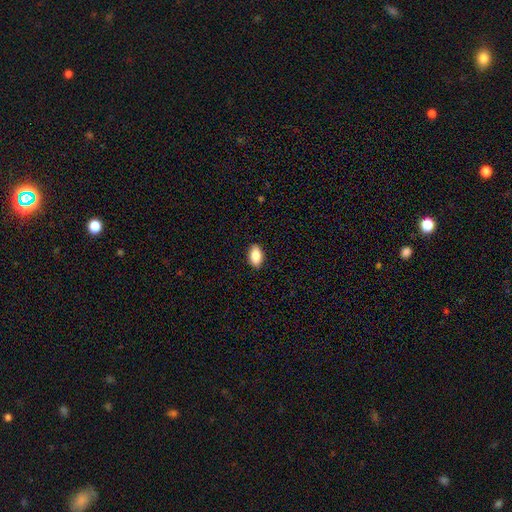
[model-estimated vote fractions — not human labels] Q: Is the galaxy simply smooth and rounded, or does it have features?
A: smooth — 86%.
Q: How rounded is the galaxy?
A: in between — 92%.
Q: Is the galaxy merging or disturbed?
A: none — 89%.